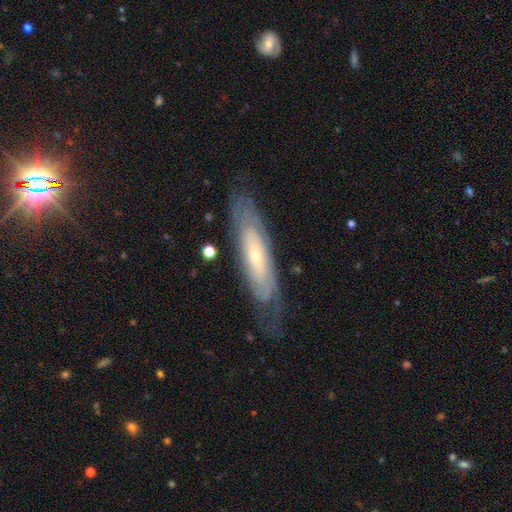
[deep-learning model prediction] The model was most divided on "edge-on disk": no: 70%, yes: 30%. More confident: merging — none (71%); smooth or featured — featured or disk (69%).